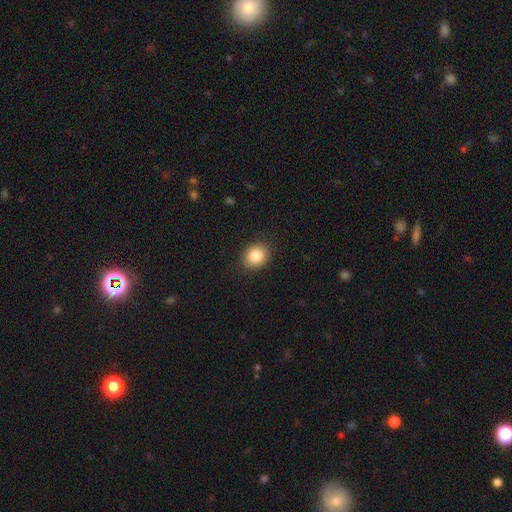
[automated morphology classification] This appears to be a smooth galaxy with no disk features (85%) that is round (64%). Merging: none (89%).